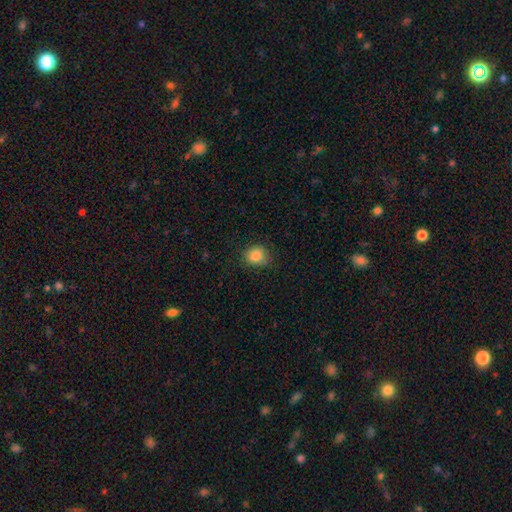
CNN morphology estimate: Q: Smooth or featured?
A: smooth (86%); runner-up: star or artifact (10%)
Q: How rounded?
A: round (70%); runner-up: in between (29%)
Q: Merging?
A: none (78%); runner-up: minor disturbance (17%)